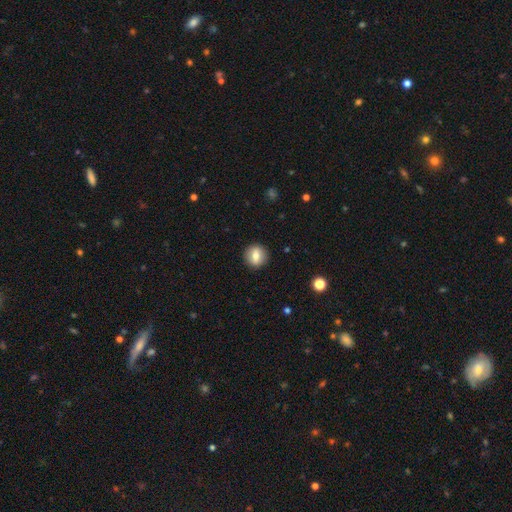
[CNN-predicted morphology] This appears to be a smooth galaxy with no disk features (71%) that is round (84%). Merging: none (90%).